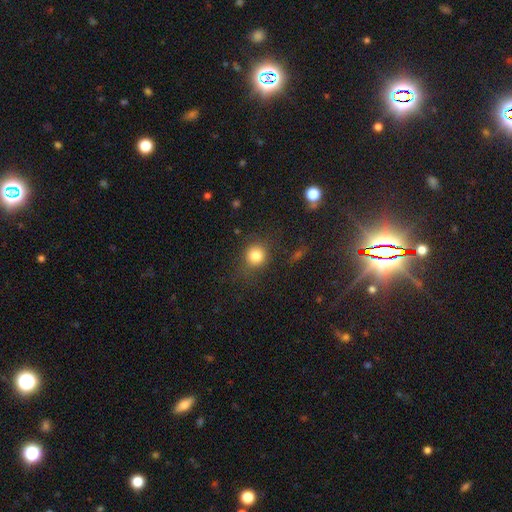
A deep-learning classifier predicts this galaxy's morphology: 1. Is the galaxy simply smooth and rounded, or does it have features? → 81% smooth, 12% star or artifact, 7% featured or disk.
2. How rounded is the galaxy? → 84% round, 14% in between, 1% cigar-shaped.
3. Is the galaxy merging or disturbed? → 76% none, 14% minor disturbance, 7% major disturbance, 3% merger.